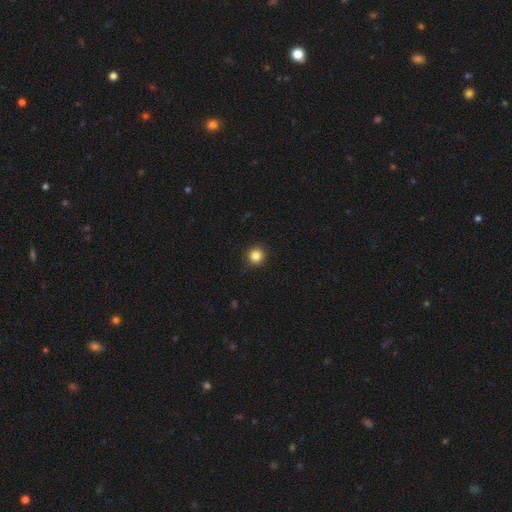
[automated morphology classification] A smooth galaxy with no disk features (86%) that is round (95%).

Vote fractions:
- Smooth or featured? smooth: 86% / star or artifact: 11% / featured or disk: 3%
- How rounded? round: 95% / in between: 4% / cigar-shaped: 1%
- Merging? none: 93% / minor disturbance: 5% / major disturbance: 2% / merger: 1%